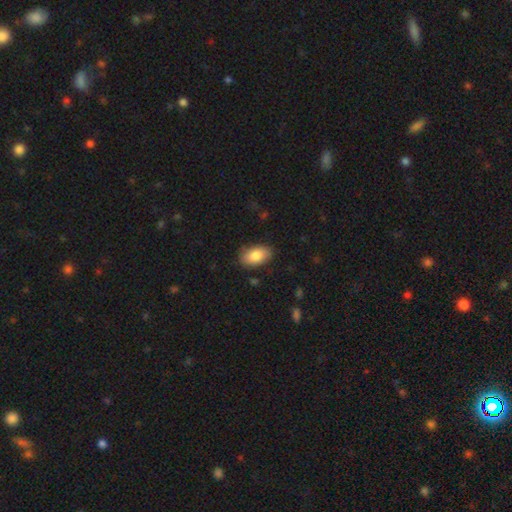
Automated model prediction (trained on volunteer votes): smooth_or_featured: smooth (p=0.85) [alt: featured or disk p=0.09]
how_rounded: in between (p=0.93) [alt: round p=0.06]
merging: none (p=0.85) [alt: minor disturbance p=0.12]